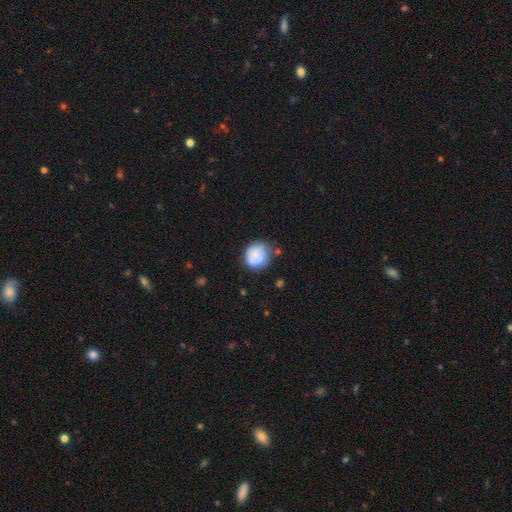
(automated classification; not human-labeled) A smooth galaxy with no disk features (72%) that is round (80%).

Vote fractions:
- Smooth or featured? smooth: 72% / featured or disk: 21% / star or artifact: 8%
- How rounded? round: 80% / in between: 19% / cigar-shaped: 1%
- Merging? none: 62% / minor disturbance: 25% / major disturbance: 8% / merger: 6%